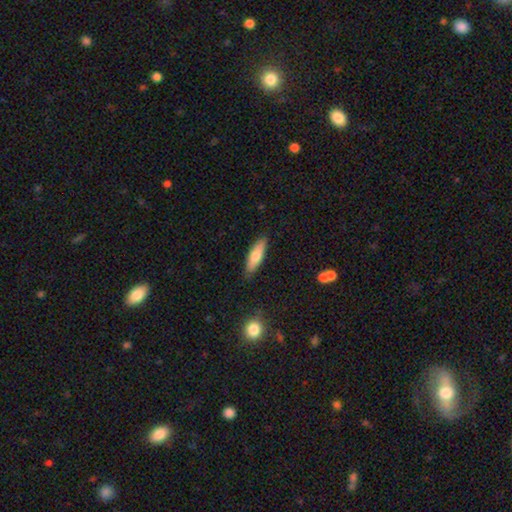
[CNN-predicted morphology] smooth-or-featured: smooth: 71% | featured or disk: 23% | star or artifact: 6%
  how-rounded: cigar-shaped: 56% | in between: 43% | round: 2%
  merging: none: 87% | minor disturbance: 10% | major disturbance: 2% | merger: 1%